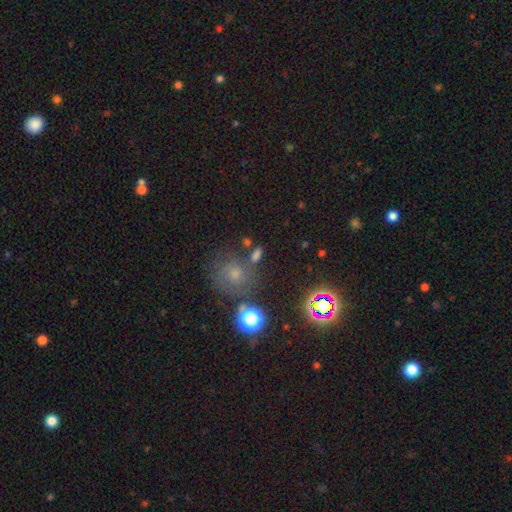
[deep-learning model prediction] Morphology: type=smooth (61%); roundness=round (56%); merging=none (66%).